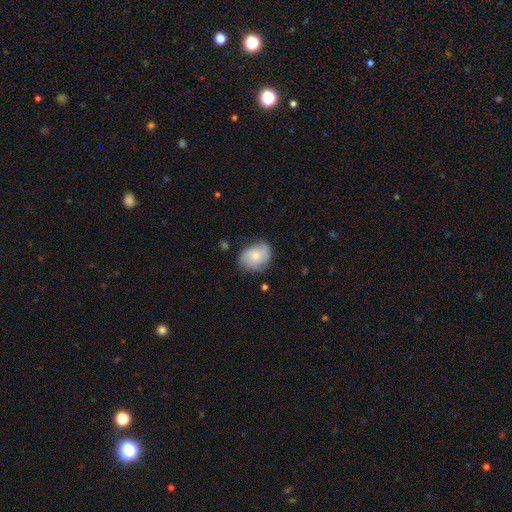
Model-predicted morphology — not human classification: Q: Smooth or featured?
A: smooth (60%); runner-up: featured or disk (33%)
Q: How rounded?
A: in between (59%); runner-up: round (40%)
Q: Merging?
A: none (67%); runner-up: minor disturbance (25%)